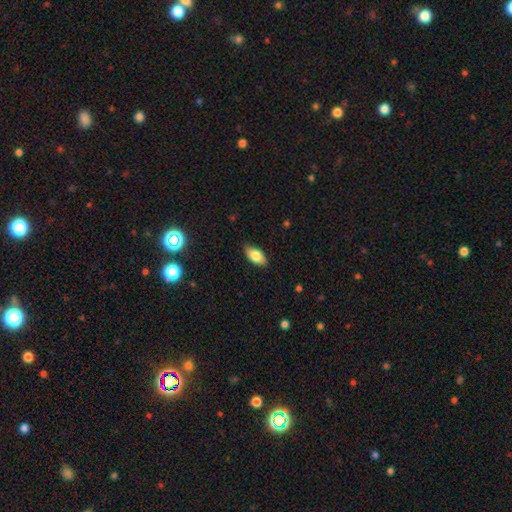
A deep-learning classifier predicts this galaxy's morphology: Q: Smooth or featured?
A: smooth (80%); runner-up: featured or disk (13%)
Q: How rounded?
A: in between (90%); runner-up: cigar-shaped (7%)
Q: Merging?
A: none (84%); runner-up: minor disturbance (12%)